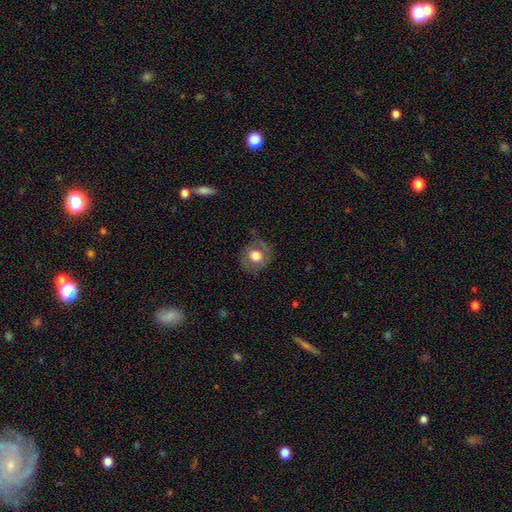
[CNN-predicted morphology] The model was most divided on "smooth or featured": smooth: 61%, featured or disk: 31%, star or artifact: 8%. More confident: how rounded — round (83%); merging — none (76%).